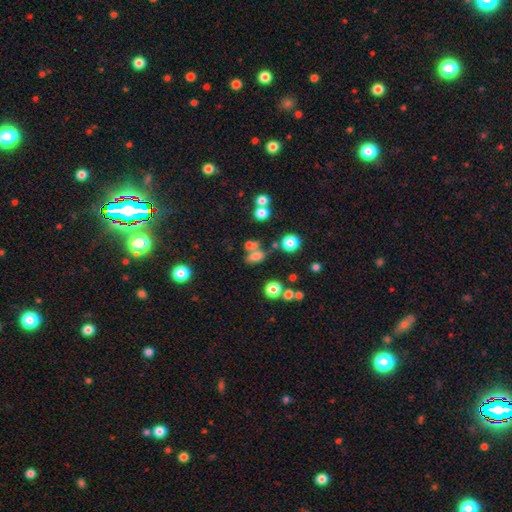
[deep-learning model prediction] Smooth or featured: smooth — 68% (star or artifact — 17%)
How rounded: in between — 72% (round — 20%)
Merging: none — 48% (merger — 32%)